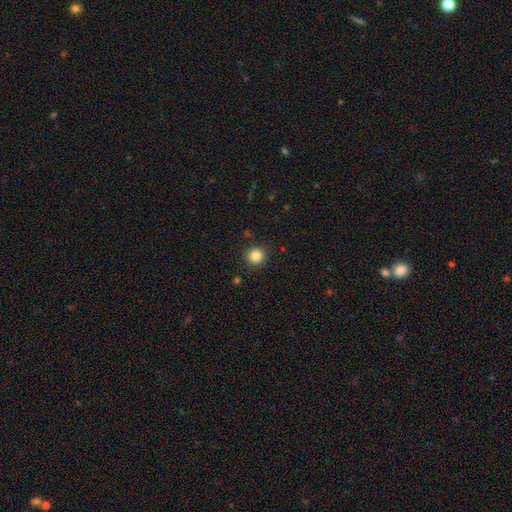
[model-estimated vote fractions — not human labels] smooth 85%, star or artifact 11%, featured or disk 4%. Down the decision tree: how rounded — round (94%); merging — none (91%).